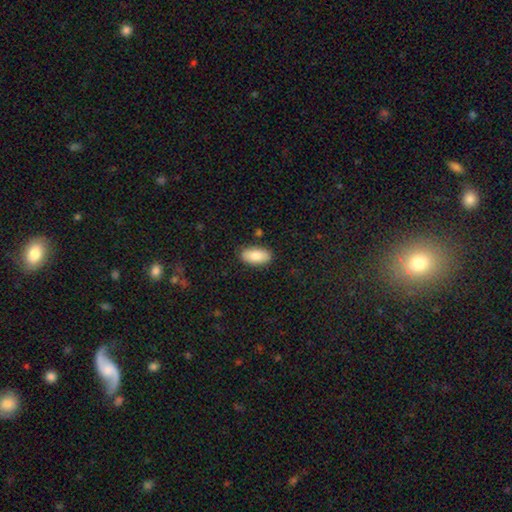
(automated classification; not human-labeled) Smooth or featured? smooth (84%)
How rounded? in between (92%)
Merging? none (86%)